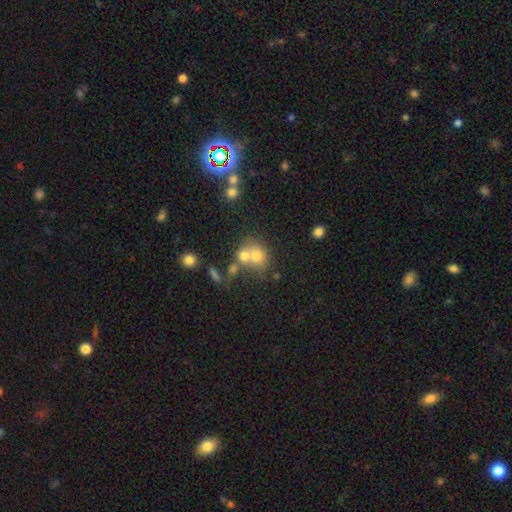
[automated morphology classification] type=smooth (68%); roundness=round (71%); merging=merger (56%).